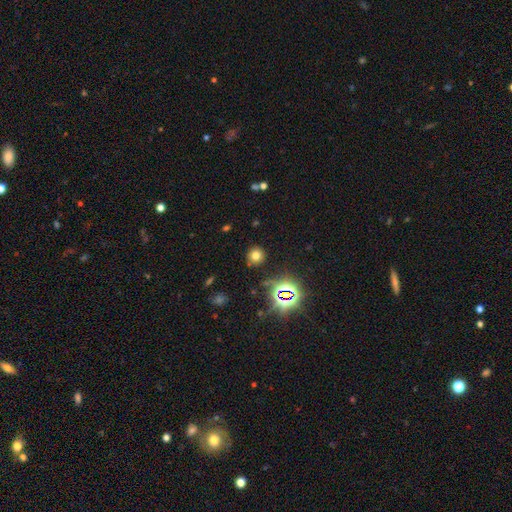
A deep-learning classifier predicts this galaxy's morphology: A smooth galaxy with no disk features (66%) that is round (89%).

Vote fractions:
- Smooth or featured? smooth: 66% / star or artifact: 25% / featured or disk: 9%
- How rounded? round: 89% / in between: 10% / cigar-shaped: 1%
- Merging? none: 87% / minor disturbance: 8% / major disturbance: 3% / merger: 2%